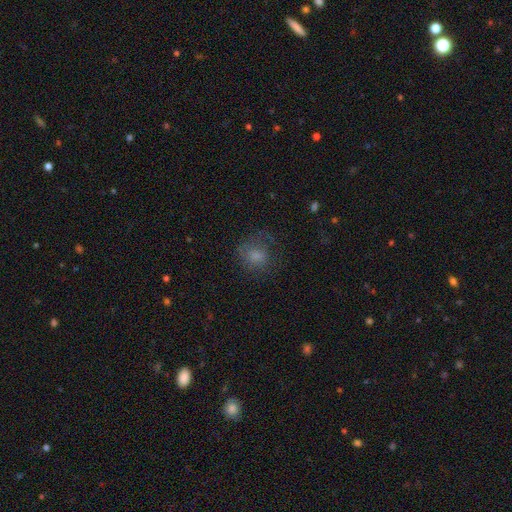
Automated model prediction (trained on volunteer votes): Morphology: type=smooth (69%); roundness=round (68%); merging=none (53%).